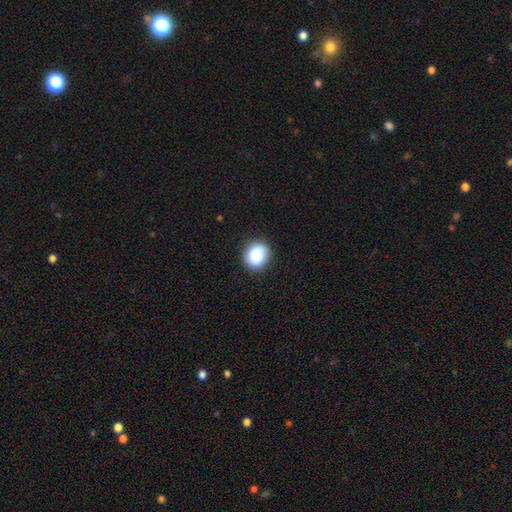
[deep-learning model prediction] smooth_or_featured: smooth (p=0.84) [alt: star or artifact p=0.09]
how_rounded: round (p=0.70) [alt: in between p=0.29]
merging: none (p=0.86) [alt: minor disturbance p=0.11]